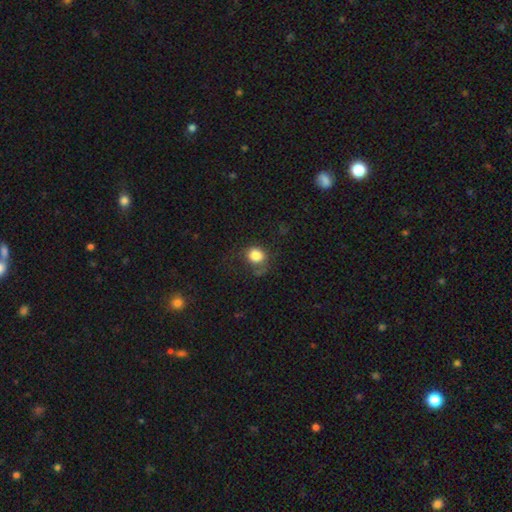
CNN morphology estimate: Overall: smooth (82%). How rounded: round (73%). Merging: none (50%; minor disturbance 25%).